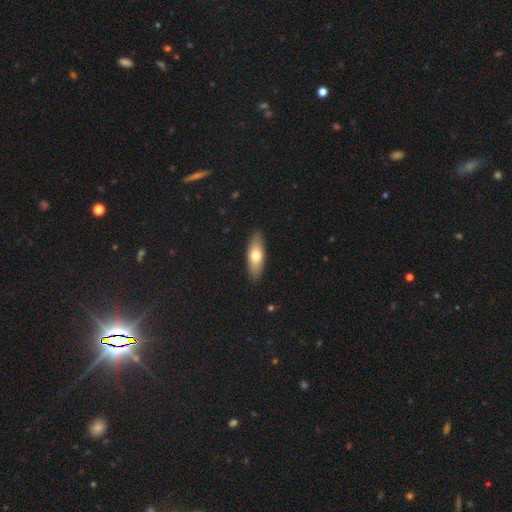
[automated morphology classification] Smooth or featured: smooth — 67% (featured or disk — 28%)
How rounded: in between — 66% (cigar-shaped — 31%)
Merging: none — 88% (minor disturbance — 9%)